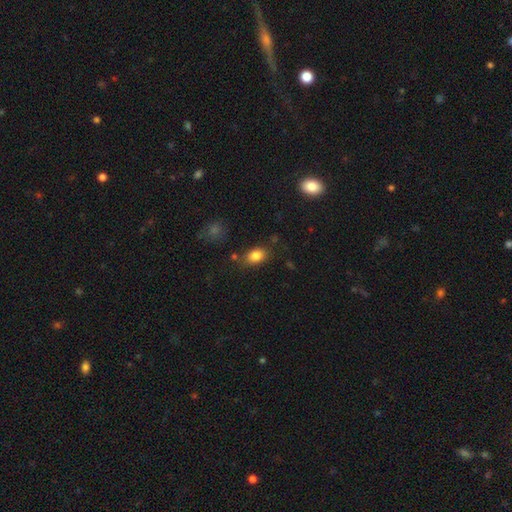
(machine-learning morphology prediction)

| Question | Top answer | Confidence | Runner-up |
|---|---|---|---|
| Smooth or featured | smooth | 84% | star or artifact (9%) |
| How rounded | in between | 82% | round (16%) |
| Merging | none | 77% | minor disturbance (14%) |